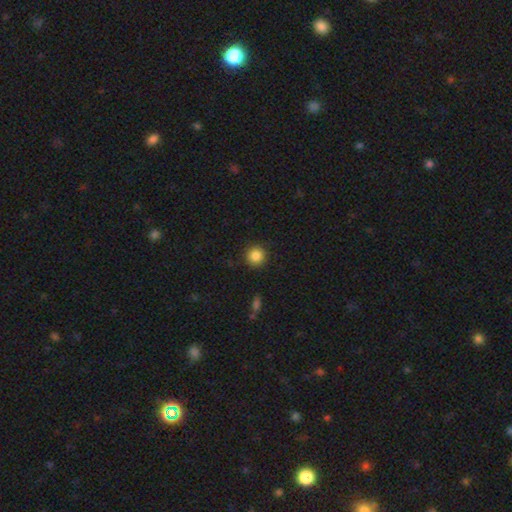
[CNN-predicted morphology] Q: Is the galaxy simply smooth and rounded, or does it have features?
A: smooth — 86%.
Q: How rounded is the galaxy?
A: round — 94%.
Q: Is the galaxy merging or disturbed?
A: none — 90%.